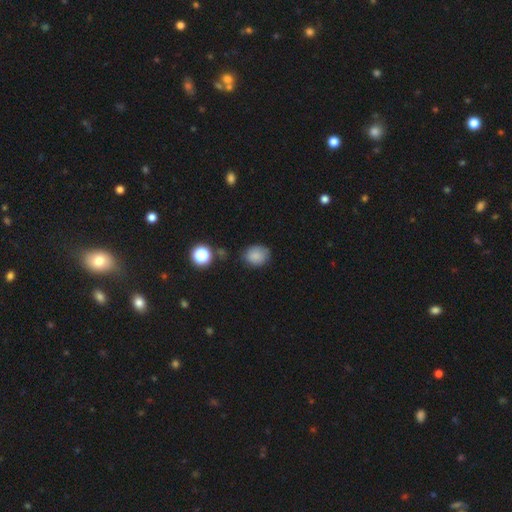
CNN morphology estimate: Smooth or featured?
  - smooth: 82% *
  - star or artifact: 11%
  - featured or disk: 7%
How rounded?
  - round: 52% *
  - in between: 47%
  - cigar-shaped: 1%
Merging?
  - none: 73% *
  - minor disturbance: 20%
  - major disturbance: 4%
  - merger: 3%